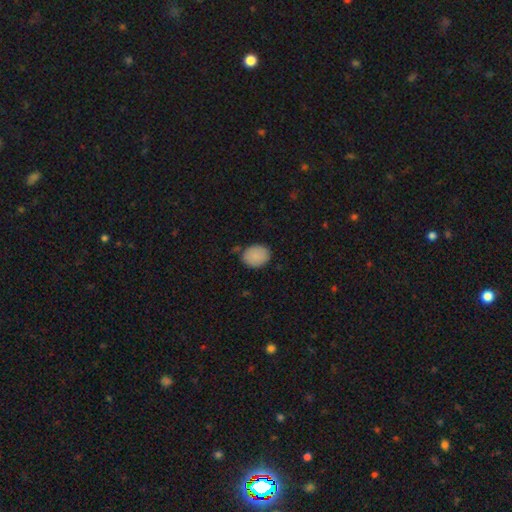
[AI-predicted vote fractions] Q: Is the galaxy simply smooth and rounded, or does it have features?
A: smooth — 88%.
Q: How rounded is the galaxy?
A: in between — 54%.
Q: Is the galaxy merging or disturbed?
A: none — 79%.